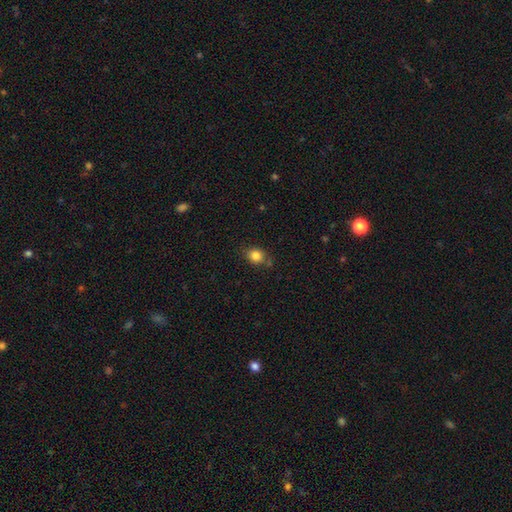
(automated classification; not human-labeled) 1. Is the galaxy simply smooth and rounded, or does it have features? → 84% smooth, 11% star or artifact, 6% featured or disk.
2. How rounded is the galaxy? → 69% round, 30% in between, 1% cigar-shaped.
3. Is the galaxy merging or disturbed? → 76% none, 15% minor disturbance, 5% merger, 4% major disturbance.